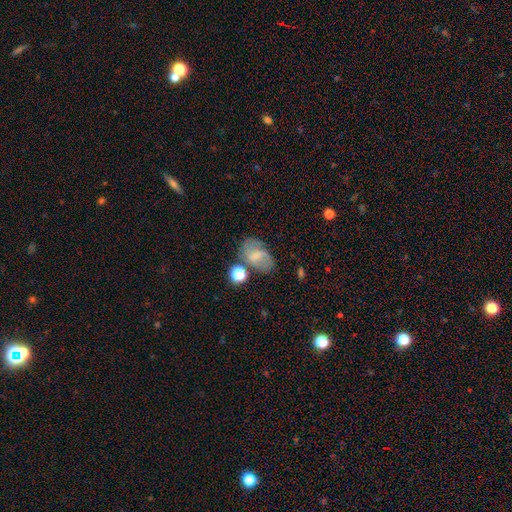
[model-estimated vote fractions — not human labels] This is possibly a smooth galaxy (49%). Merging: possibly none (57%).